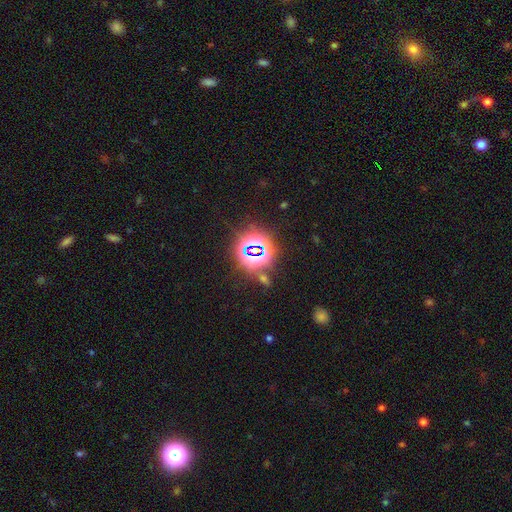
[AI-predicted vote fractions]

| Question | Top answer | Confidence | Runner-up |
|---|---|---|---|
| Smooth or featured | star or artifact | 77% | smooth (15%) |